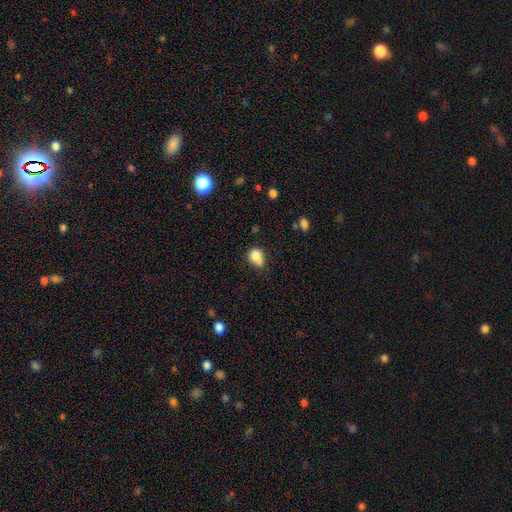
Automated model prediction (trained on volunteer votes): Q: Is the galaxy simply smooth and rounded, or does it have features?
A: smooth — 79%.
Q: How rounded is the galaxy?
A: round — 53%.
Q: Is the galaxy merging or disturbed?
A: none — 40%.